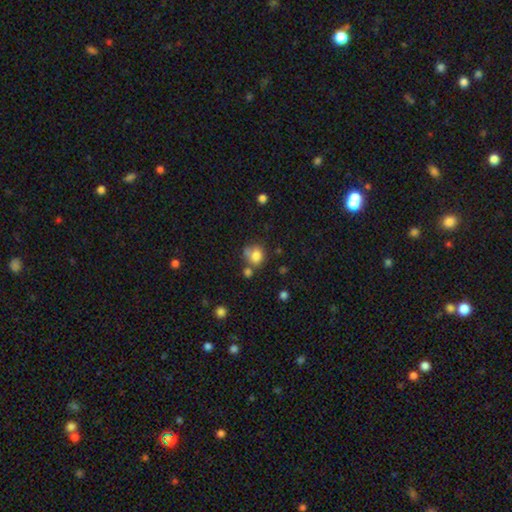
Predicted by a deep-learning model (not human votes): A smooth galaxy with no disk features (78%) that is round (68%).

Vote fractions:
- Smooth or featured? smooth: 78% / star or artifact: 11% / featured or disk: 10%
- How rounded? round: 68% / in between: 31% / cigar-shaped: 1%
- Merging? none: 48% / merger: 22% / minor disturbance: 20% / major disturbance: 9%